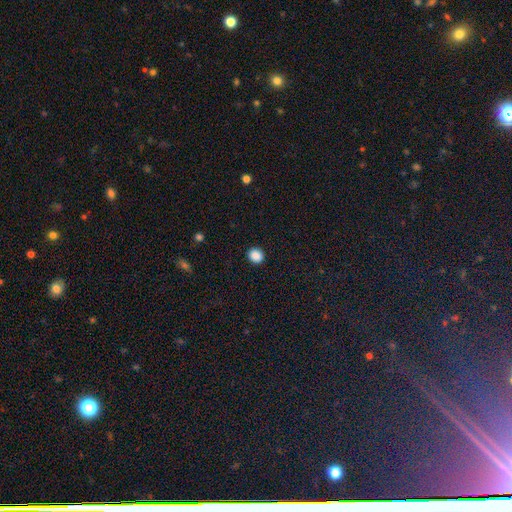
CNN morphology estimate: Smooth or featured? Predicted: smooth (p=0.88). How rounded? Predicted: round (p=0.77). Merging? Predicted: none (p=0.92).